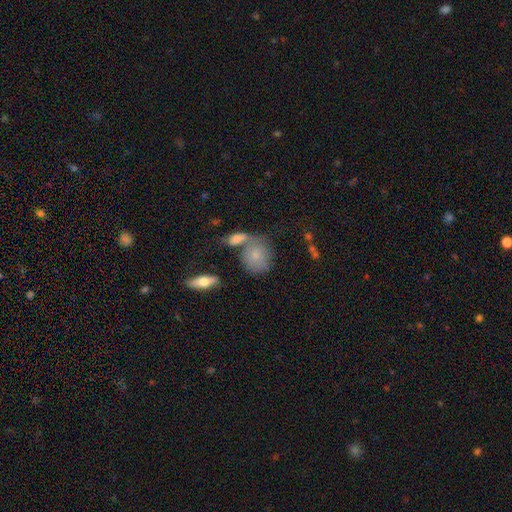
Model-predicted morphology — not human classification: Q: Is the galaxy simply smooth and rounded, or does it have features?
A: smooth — 75%.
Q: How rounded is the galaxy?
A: round — 61%.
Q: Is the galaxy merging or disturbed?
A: none — 43%.